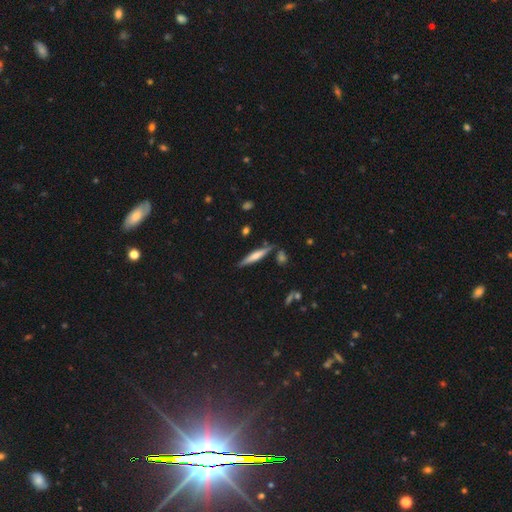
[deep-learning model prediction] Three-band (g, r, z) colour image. It shows a smooth galaxy with no disk features (47%). Merging: none (83%).